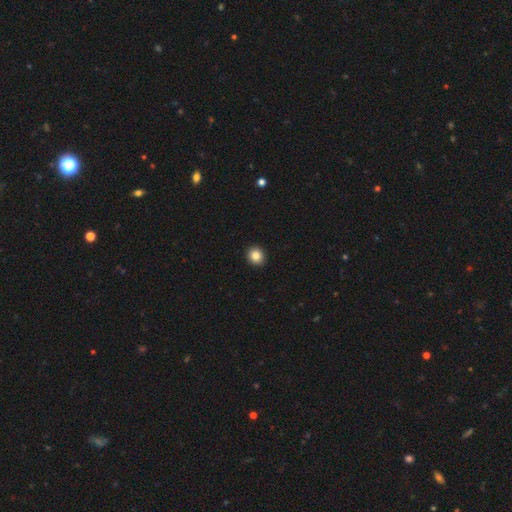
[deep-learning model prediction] Smooth or featured?
  - smooth: 85% *
  - star or artifact: 10%
  - featured or disk: 5%
How rounded?
  - round: 84% *
  - in between: 15%
  - cigar-shaped: 1%
Merging?
  - none: 93% *
  - minor disturbance: 4%
  - major disturbance: 1%
  - merger: 1%